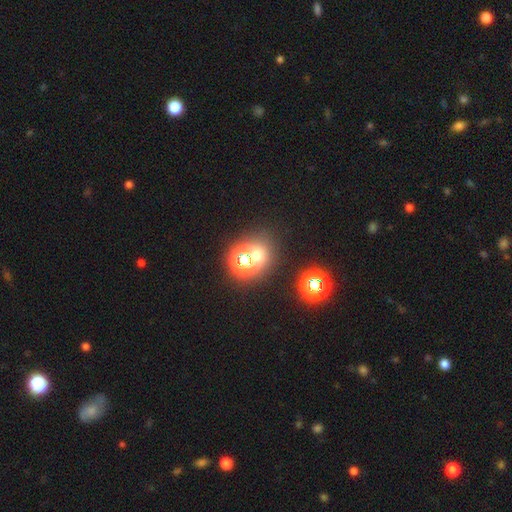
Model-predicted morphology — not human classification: A smooth galaxy with no disk features (49%). Merging: none (62%).